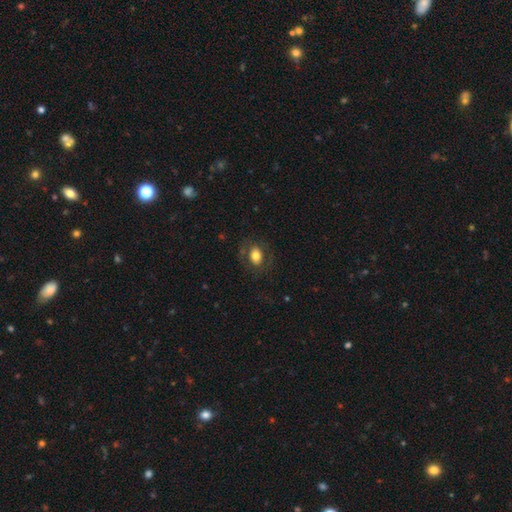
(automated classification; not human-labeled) This appears to be a smooth galaxy with no disk features (70%) that is in between round and cigar-shaped (69%). Merging: none (75%).